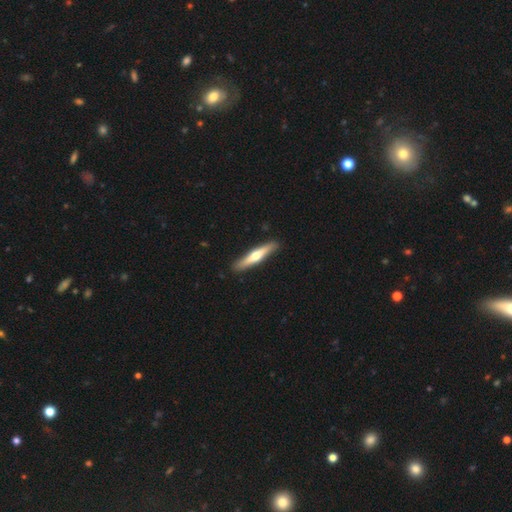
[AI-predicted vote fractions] A featured or disk galaxy (53%) viewed edge-on (95%) with a rounded central bulge (89%).

Vote fractions:
- Smooth or featured? featured or disk: 53% / smooth: 43% / star or artifact: 4%
- Edge-on disk? yes: 95% / no: 5%
- Edge-on bulge? rounded: 89% / none: 7% / boxy: 3%
- Merging? none: 91% / minor disturbance: 7% / major disturbance: 1% / merger: 1%